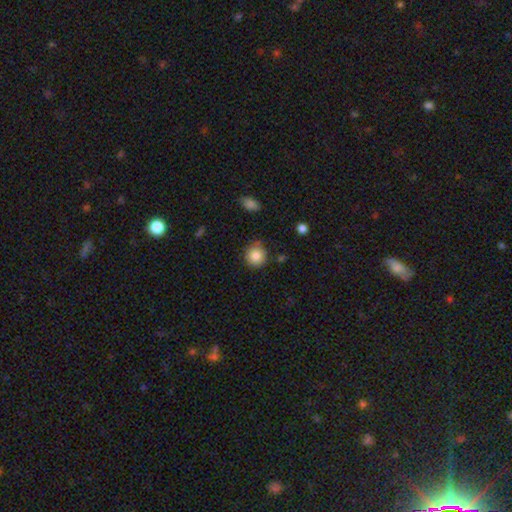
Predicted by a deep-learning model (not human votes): A smooth galaxy with no disk features (84%) that is round (91%). Merging: none (81%).